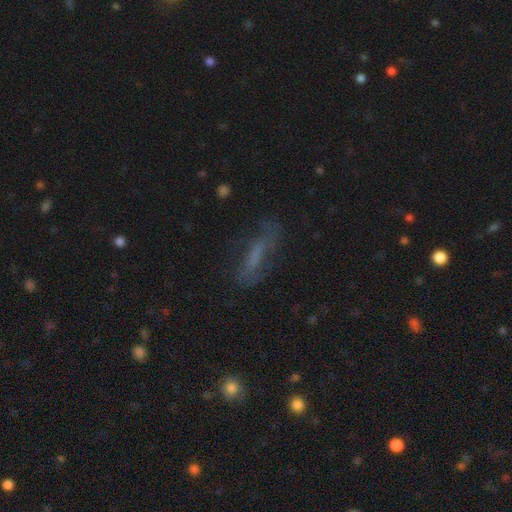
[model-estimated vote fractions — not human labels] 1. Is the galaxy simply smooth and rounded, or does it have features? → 44% smooth, 37% featured or disk, 20% star or artifact.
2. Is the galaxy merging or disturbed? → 63% none, 21% minor disturbance, 13% major disturbance, 3% merger.